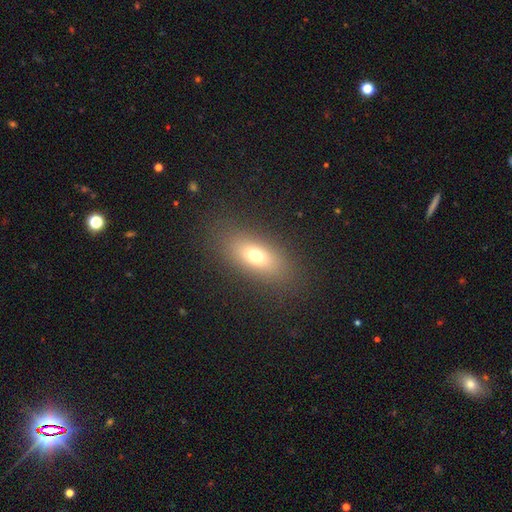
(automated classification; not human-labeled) A smooth galaxy with no disk features (68%) that is in between round and cigar-shaped (79%).

Vote fractions:
- Smooth or featured? smooth: 68% / featured or disk: 18% / star or artifact: 13%
- How rounded? in between: 79% / cigar-shaped: 11% / round: 10%
- Merging? none: 84% / minor disturbance: 9% / major disturbance: 6% / merger: 1%